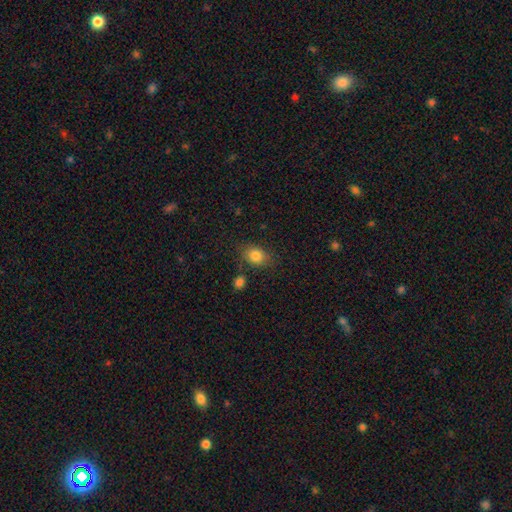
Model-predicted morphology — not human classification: A smooth galaxy with no disk features (83%) that is in between round and cigar-shaped (61%). Merging: none (76%).